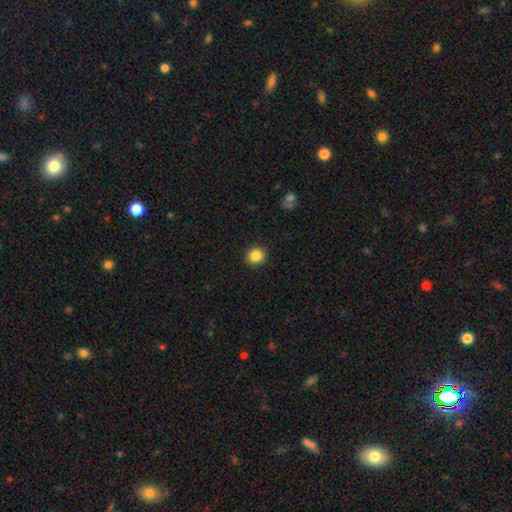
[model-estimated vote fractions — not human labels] smooth-or-featured: smooth: 86% | star or artifact: 10% | featured or disk: 4%
  how-rounded: round: 78% | in between: 21% | cigar-shaped: 1%
  merging: none: 91% | minor disturbance: 6% | major disturbance: 2% | merger: 1%